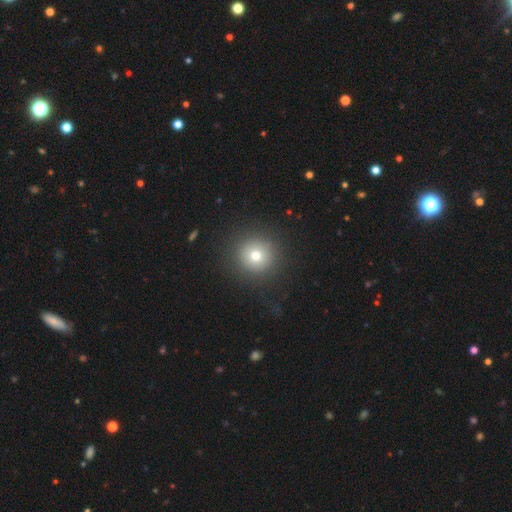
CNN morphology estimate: smooth-or-featured: smooth: 74% | star or artifact: 15% | featured or disk: 11%
  how-rounded: round: 95% | in between: 4% | cigar-shaped: 1%
  merging: none: 89% | minor disturbance: 7% | major disturbance: 4% | merger: 1%